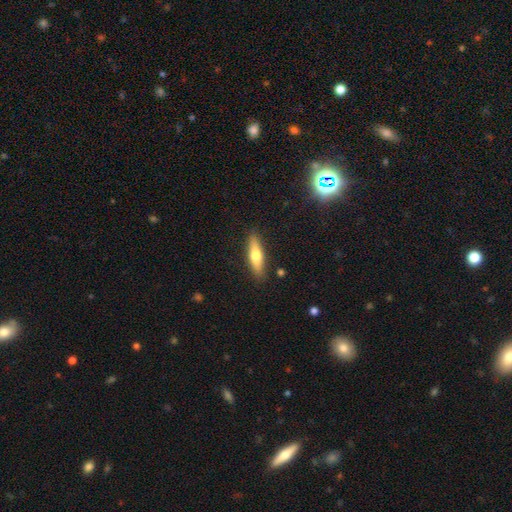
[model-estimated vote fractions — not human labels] The model was most divided on "smooth or featured": smooth: 59%, featured or disk: 35%, star or artifact: 6%. More confident: merging — none (88%); how rounded — cigar-shaped (70%).